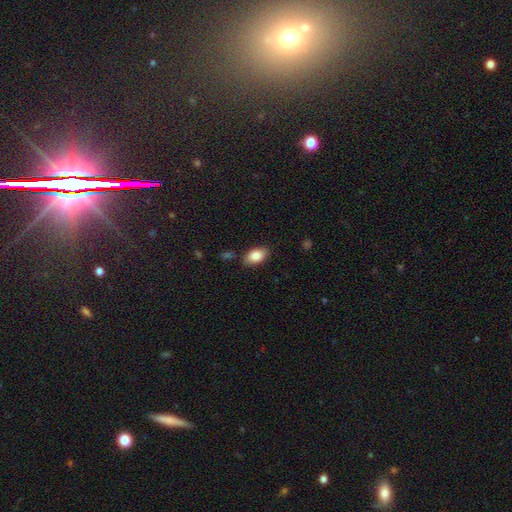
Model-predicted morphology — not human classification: smooth_or_featured: smooth (p=0.85) [alt: featured or disk p=0.08]
how_rounded: in between (p=0.91) [alt: round p=0.07]
merging: none (p=0.82) [alt: minor disturbance p=0.13]